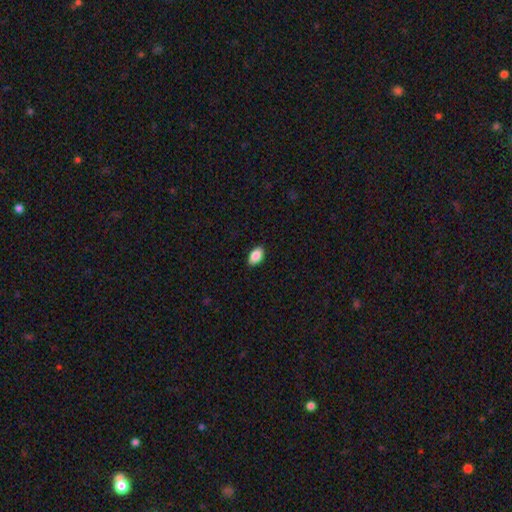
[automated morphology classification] Smooth or featured? Predicted: smooth (p=0.88). How rounded? Predicted: in between (p=0.92). Merging? Predicted: none (p=0.89).